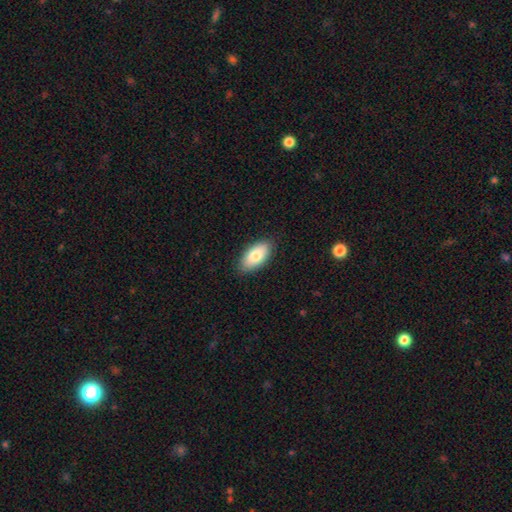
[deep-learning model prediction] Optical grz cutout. It shows a smooth galaxy with no disk features (81%) that is in between round and cigar-shaped (93%). Merging: none (87%).